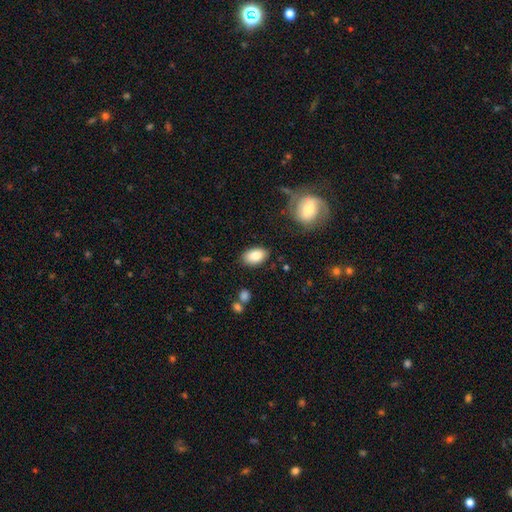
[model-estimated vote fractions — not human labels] Morphology: type=smooth (85%); roundness=in between (91%); merging=none (85%).